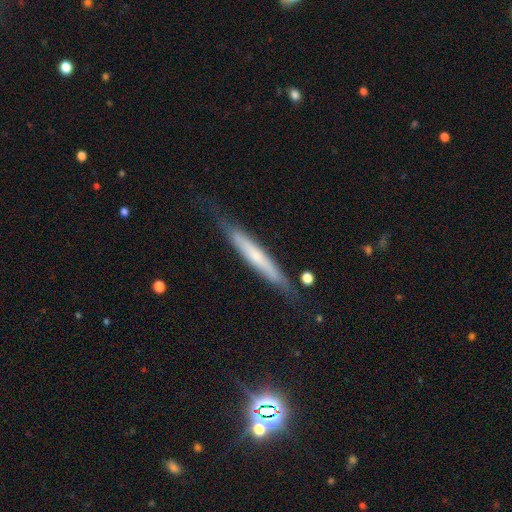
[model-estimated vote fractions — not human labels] smooth-or-featured: smooth: 47% | featured or disk: 46% | star or artifact: 6%
  merging: none: 75% | minor disturbance: 18% | major disturbance: 4% | merger: 2%